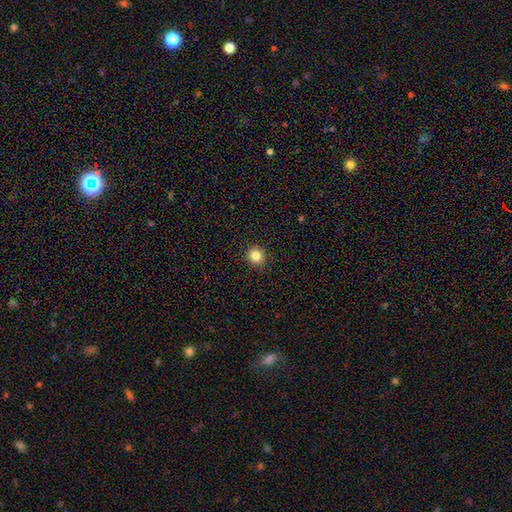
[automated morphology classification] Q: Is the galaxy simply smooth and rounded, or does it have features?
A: smooth — 84%.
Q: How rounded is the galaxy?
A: round — 93%.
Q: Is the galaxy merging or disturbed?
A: none — 92%.